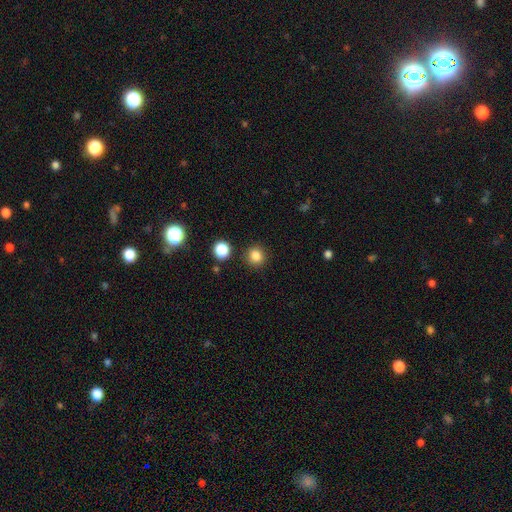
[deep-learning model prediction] Smooth or featured? Predicted: smooth (p=0.83). How rounded? Predicted: round (p=0.90). Merging? Predicted: none (p=0.89).